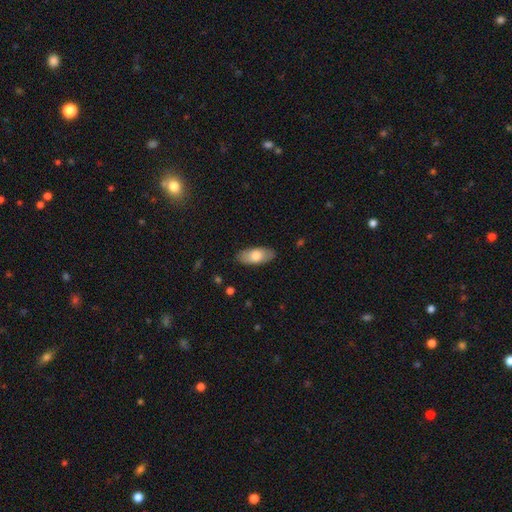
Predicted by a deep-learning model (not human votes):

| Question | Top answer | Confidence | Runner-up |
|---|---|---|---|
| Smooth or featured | smooth | 76% | featured or disk (19%) |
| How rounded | in between | 87% | cigar-shaped (10%) |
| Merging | none | 86% | minor disturbance (11%) |